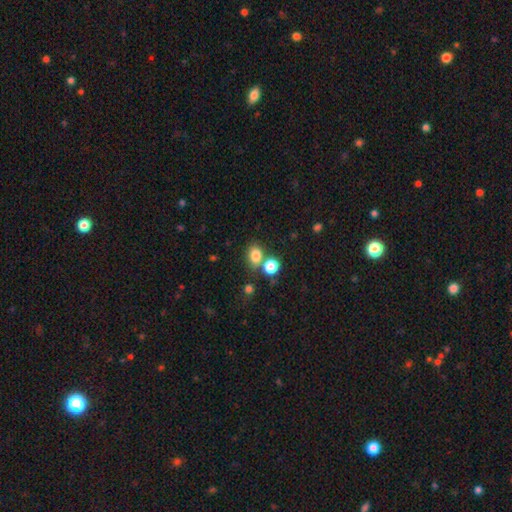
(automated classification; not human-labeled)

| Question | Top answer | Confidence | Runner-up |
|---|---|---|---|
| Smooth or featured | smooth | 81% | star or artifact (13%) |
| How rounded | in between | 57% | round (42%) |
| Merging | none | 60% | merger (25%) |